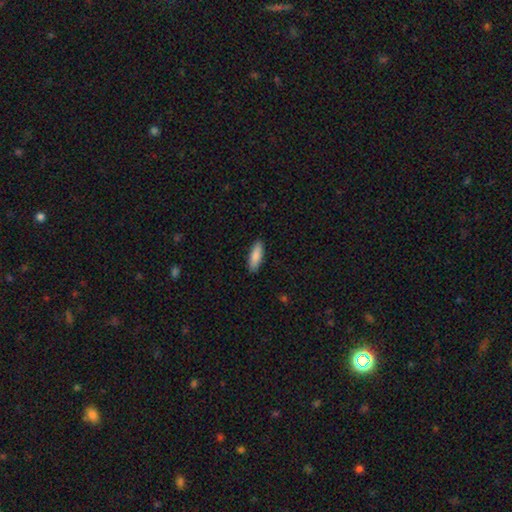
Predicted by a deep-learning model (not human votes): This appears to be a smooth galaxy with no disk features (88%) that is in between round and cigar-shaped (57%). Merging: none (89%).